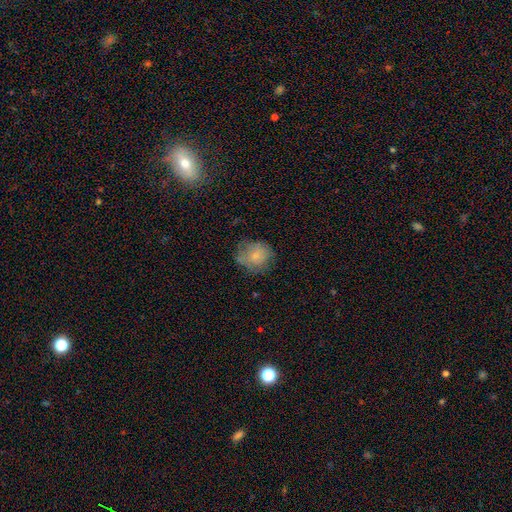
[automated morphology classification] Smooth or featured? Predicted: smooth (p=0.72). How rounded? Predicted: round (p=0.71). Merging? Predicted: none (p=0.60).